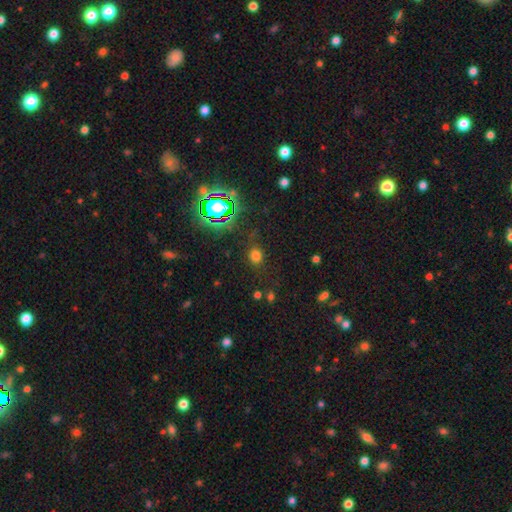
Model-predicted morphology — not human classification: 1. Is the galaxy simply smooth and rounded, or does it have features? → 67% smooth, 26% star or artifact, 7% featured or disk.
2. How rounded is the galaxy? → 73% round, 26% in between, 2% cigar-shaped.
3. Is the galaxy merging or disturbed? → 79% none, 12% minor disturbance, 6% major disturbance, 3% merger.